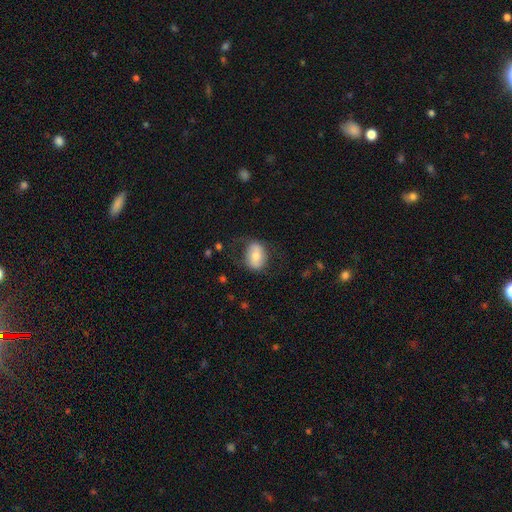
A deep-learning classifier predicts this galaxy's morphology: Overall: smooth (65%; featured or disk 28%). How rounded: in between (73%). Merging: none (67%).